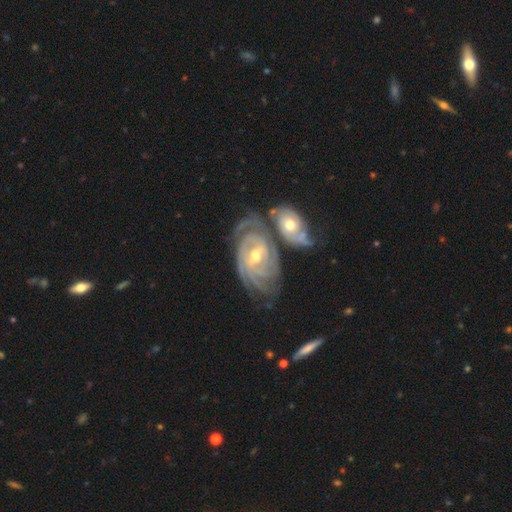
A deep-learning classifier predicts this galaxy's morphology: The model was most divided on "spiral arm count": can't tell: 29%, 3: 24%, 4: 18%, 2: 16%, more than 4: 7%, 1: 6%. Remaining: spiral arms — yes (97%); edge-on disk — no (96%); smooth or featured — featured or disk (90%); spiral winding — tight (77%); bulge size — moderate (58%); merging — none (51%); bar — weak (44%).